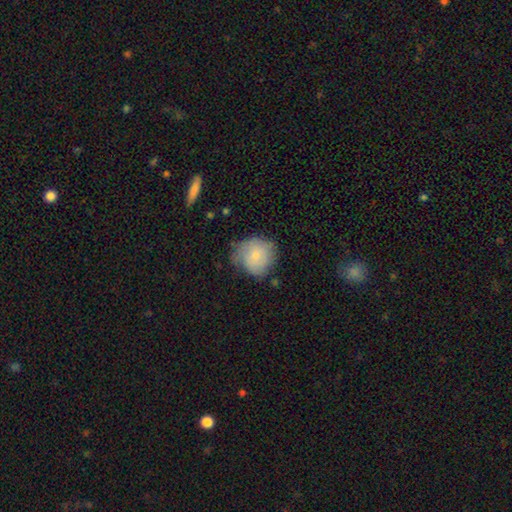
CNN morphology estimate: smooth_or_featured: smooth (p=0.70) [alt: featured or disk p=0.23]
how_rounded: round (p=0.84) [alt: in between p=0.15]
merging: none (p=0.56) [alt: minor disturbance p=0.32]